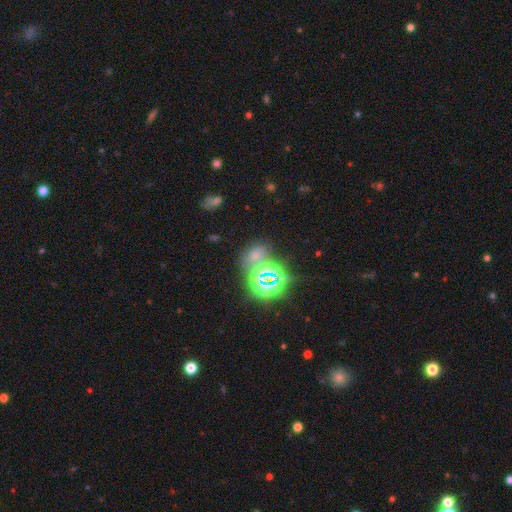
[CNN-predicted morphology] This appears to be a star or artifact, not a galaxy (55%).